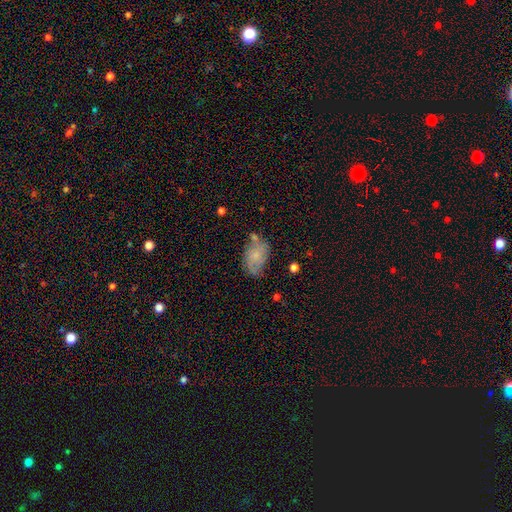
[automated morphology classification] type=smooth (58%); roundness=in between (87%); merging=none (52%).